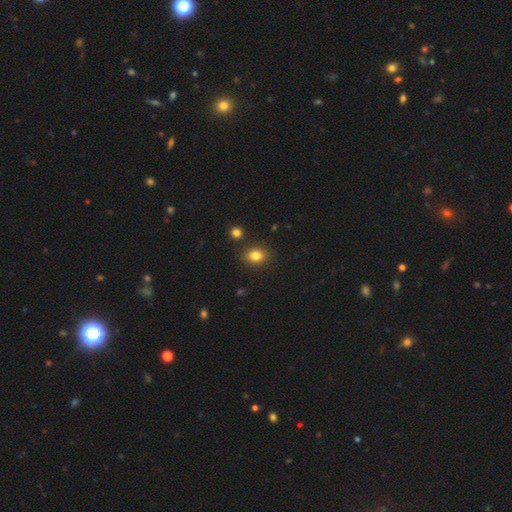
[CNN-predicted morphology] This appears to be a smooth galaxy with no disk features (82%) that is in between round and cigar-shaped (60%). Merging: none (84%).